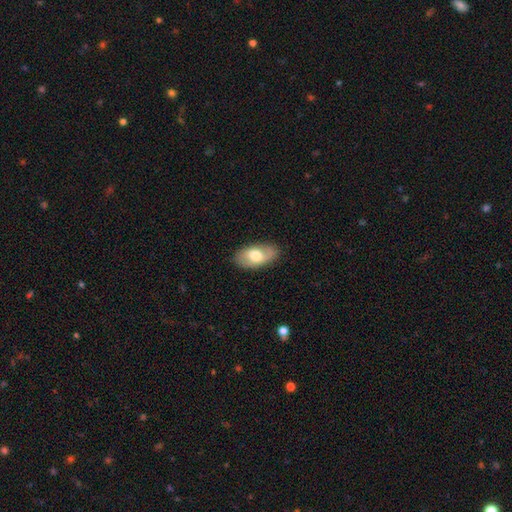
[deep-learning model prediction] Smooth or featured? Predicted: smooth (p=0.60). How rounded? Predicted: in between (p=0.93). Merging? Predicted: none (p=0.82).